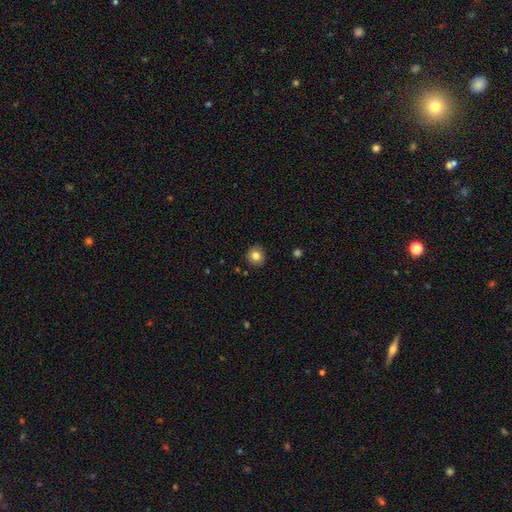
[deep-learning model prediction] A smooth galaxy with no disk features (82%) that is round (92%).

Vote fractions:
- Smooth or featured? smooth: 82% / star or artifact: 10% / featured or disk: 8%
- How rounded? round: 92% / in between: 7% / cigar-shaped: 1%
- Merging? none: 91% / minor disturbance: 6% / major disturbance: 2% / merger: 1%